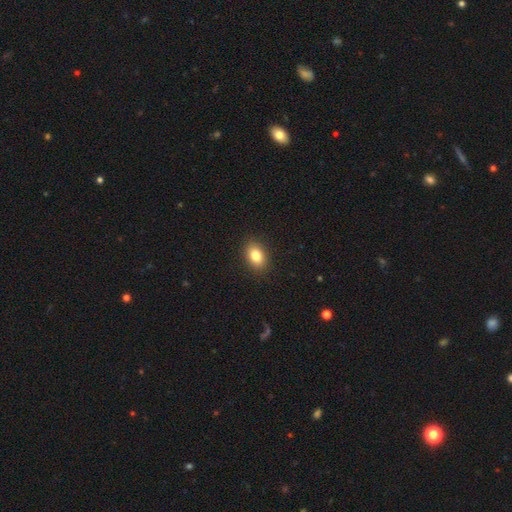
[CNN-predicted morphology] Smooth or featured? smooth (82%)
How rounded? in between (79%)
Merging? none (89%)